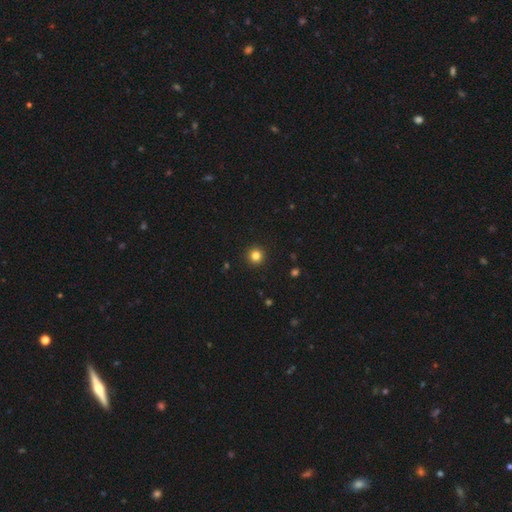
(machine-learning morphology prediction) A smooth galaxy with no disk features (82%) that is round (96%). Merging: none (93%).